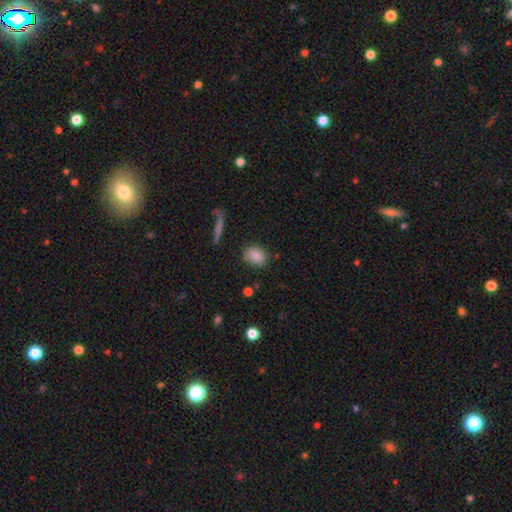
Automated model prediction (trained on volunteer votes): This appears to be a smooth galaxy with no disk features (86%) that is in between round and cigar-shaped (72%). Merging: none (77%).